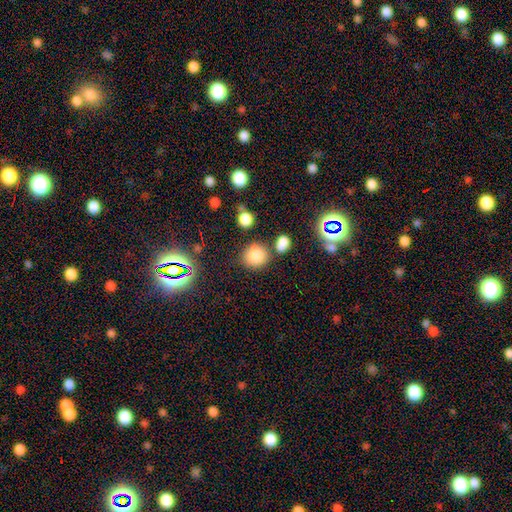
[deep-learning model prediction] Smooth or featured? smooth (79%)
How rounded? round (84%)
Merging? none (74%)